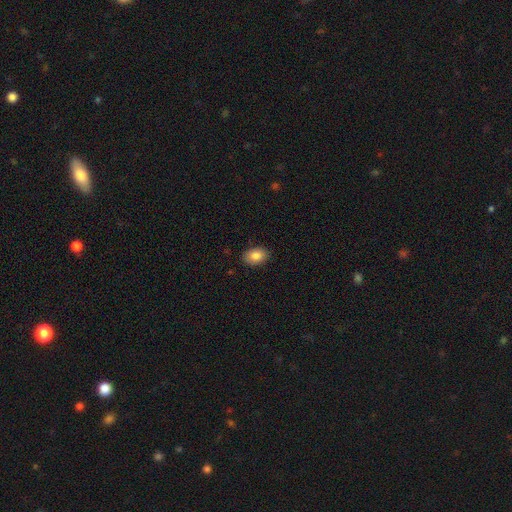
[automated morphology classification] Smooth or featured? smooth (86%)
How rounded? in between (84%)
Merging? none (88%)